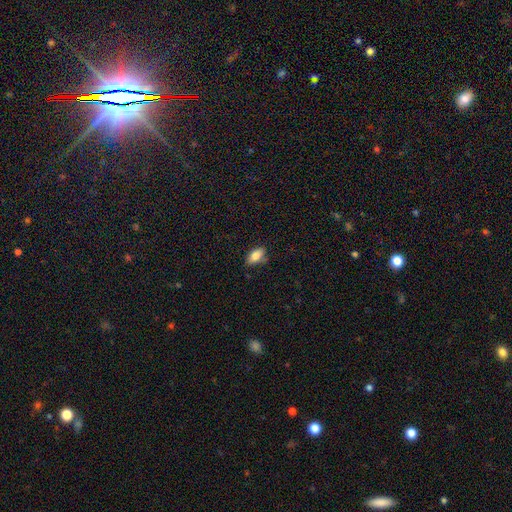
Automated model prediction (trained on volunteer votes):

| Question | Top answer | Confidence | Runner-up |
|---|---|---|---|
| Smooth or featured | smooth | 79% | featured or disk (14%) |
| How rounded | in between | 88% | cigar-shaped (8%) |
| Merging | none | 75% | minor disturbance (19%) |